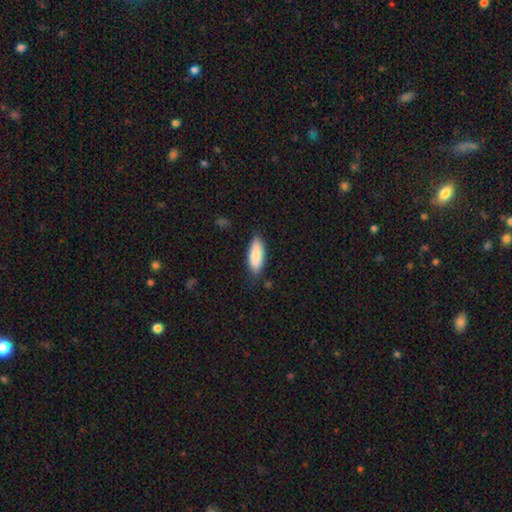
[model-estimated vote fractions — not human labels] Q: Smooth or featured?
A: smooth (86%); runner-up: featured or disk (9%)
Q: How rounded?
A: in between (72%); runner-up: cigar-shaped (27%)
Q: Merging?
A: none (81%); runner-up: minor disturbance (15%)